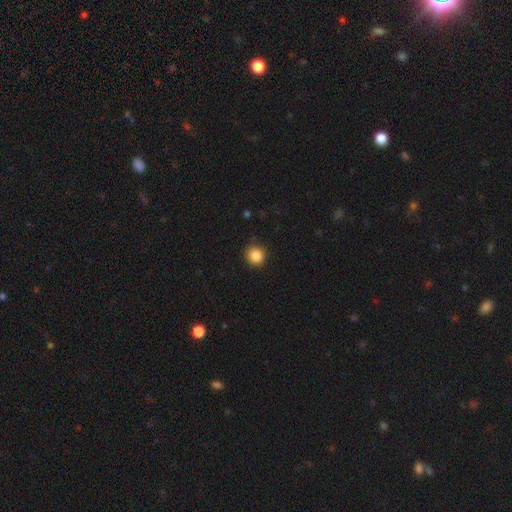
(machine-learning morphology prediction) smooth_or_featured: smooth (p=0.87) [alt: star or artifact p=0.10]
how_rounded: round (p=0.92) [alt: in between p=0.07]
merging: none (p=0.89) [alt: minor disturbance p=0.08]